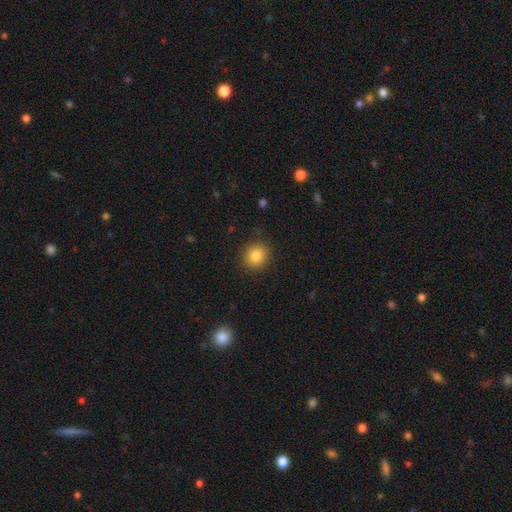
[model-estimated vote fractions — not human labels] smooth_or_featured: smooth (p=0.84) [alt: star or artifact p=0.10]
how_rounded: round (p=0.84) [alt: in between p=0.15]
merging: none (p=0.89) [alt: minor disturbance p=0.08]